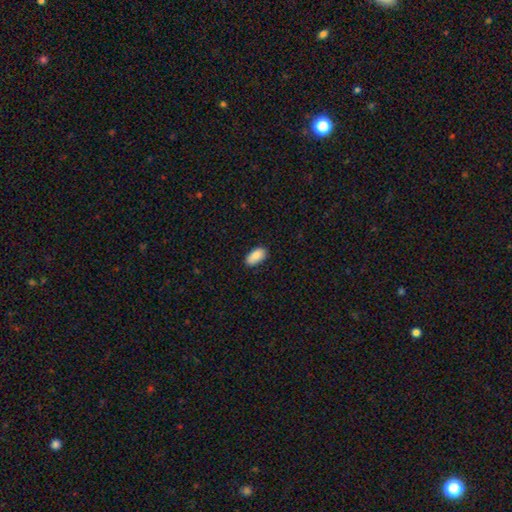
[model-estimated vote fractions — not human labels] smooth-or-featured: smooth: 88% | star or artifact: 7% | featured or disk: 6%
  how-rounded: in between: 94% | cigar-shaped: 4% | round: 2%
  merging: none: 86% | minor disturbance: 11% | major disturbance: 2% | merger: 1%